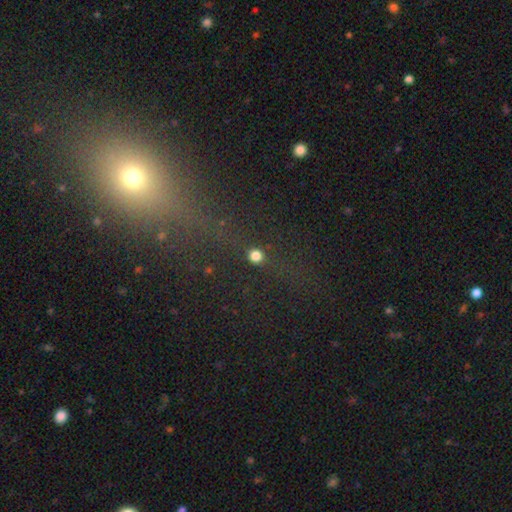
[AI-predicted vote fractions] The model was most divided on "smooth or featured": smooth: 73%, star or artifact: 20%, featured or disk: 7%. More confident: merging — none (84%); how rounded — round (84%).